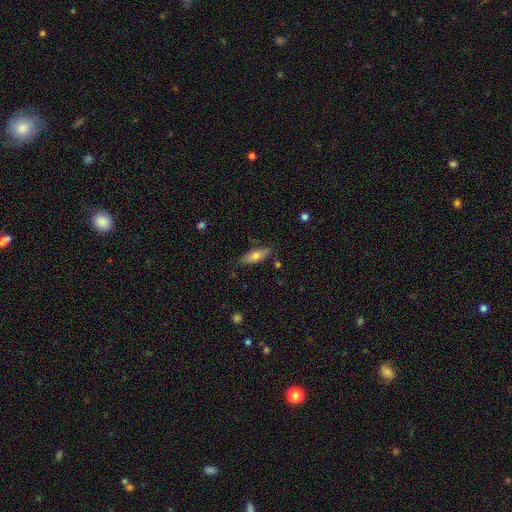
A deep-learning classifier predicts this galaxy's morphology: Smooth or featured? Predicted: smooth (p=0.71). How rounded? Predicted: in between (p=0.61). Merging? Predicted: none (p=0.78).